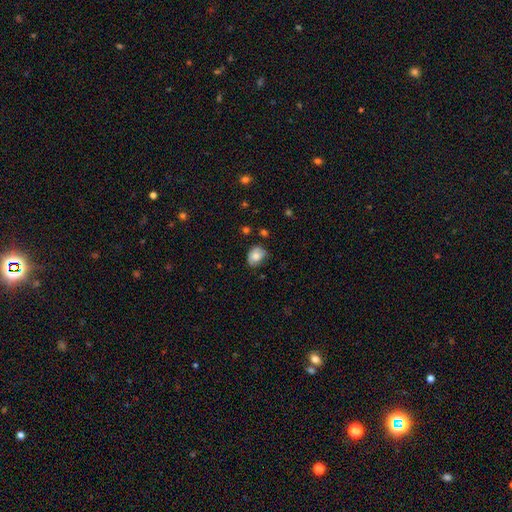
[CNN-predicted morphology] Overall: smooth (74%). How rounded: in between (62%; round 37%). Merging: none (59%; minor disturbance 32%).